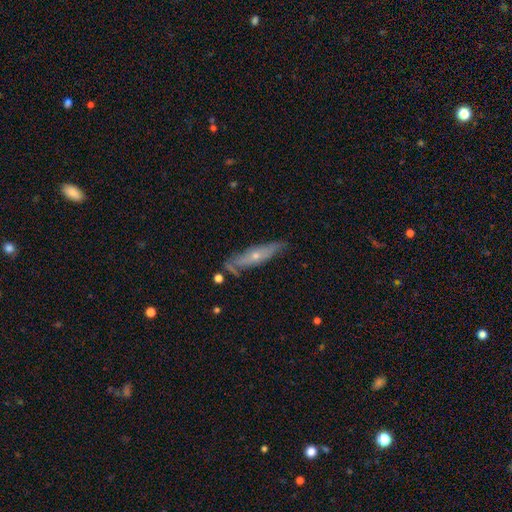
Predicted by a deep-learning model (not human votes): A featured or disk galaxy (58%) viewed edge-on (59%).

Vote fractions:
- Smooth or featured? featured or disk: 58% / smooth: 35% / star or artifact: 7%
- Edge-on disk? yes: 59% / no: 41%
- Merging? none: 68% / minor disturbance: 22% / major disturbance: 6% / merger: 4%